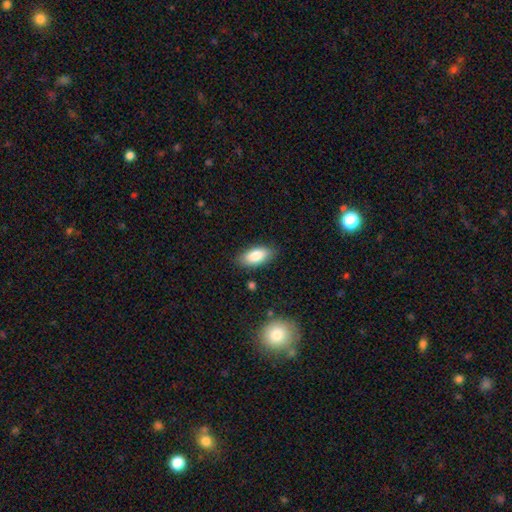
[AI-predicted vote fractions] smooth_or_featured: smooth (p=0.84) [alt: featured or disk p=0.09]
how_rounded: in between (p=0.90) [alt: cigar-shaped p=0.08]
merging: none (p=0.85) [alt: minor disturbance p=0.11]